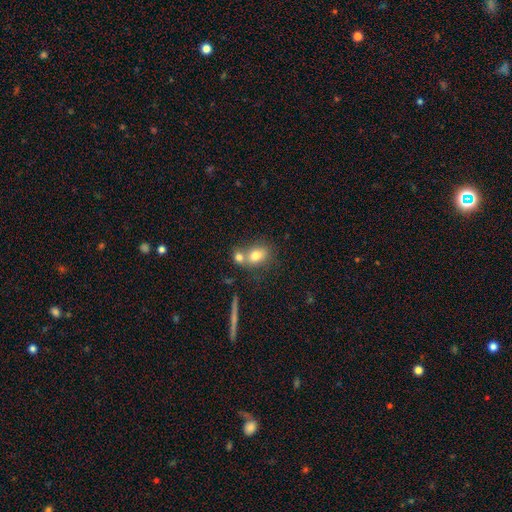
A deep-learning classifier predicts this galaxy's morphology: A smooth galaxy with no disk features (75%) that is in between round and cigar-shaped (63%).

Vote fractions:
- Smooth or featured? smooth: 75% / featured or disk: 15% / star or artifact: 10%
- How rounded? in between: 63% / round: 35% / cigar-shaped: 3%
- Merging? merger: 44% / none: 42% / minor disturbance: 10% / major disturbance: 4%